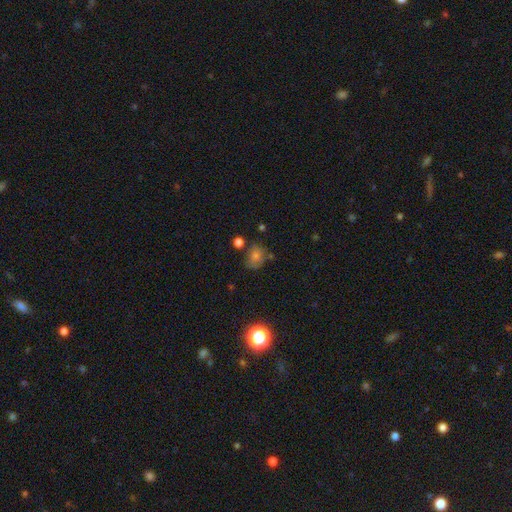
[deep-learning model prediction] smooth_or_featured: smooth (p=0.65) [alt: star or artifact p=0.20]
how_rounded: round (p=0.58) [alt: in between p=0.41]
merging: none (p=0.58) [alt: minor disturbance p=0.24]